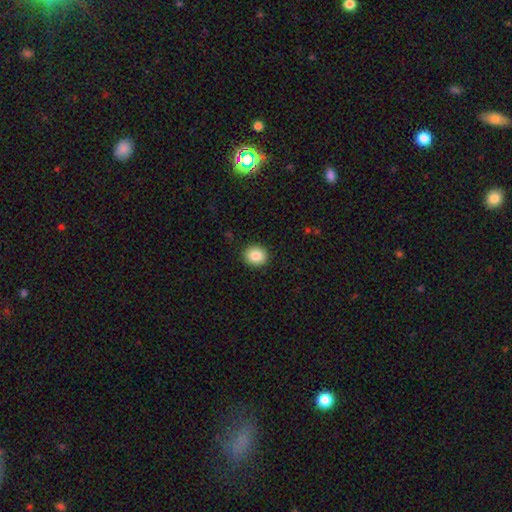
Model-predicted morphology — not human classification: A smooth galaxy with no disk features (86%) that is round (72%).

Vote fractions:
- Smooth or featured? smooth: 86% / star or artifact: 9% / featured or disk: 5%
- How rounded? round: 72% / in between: 27% / cigar-shaped: 1%
- Merging? none: 91% / minor disturbance: 6% / major disturbance: 2% / merger: 1%